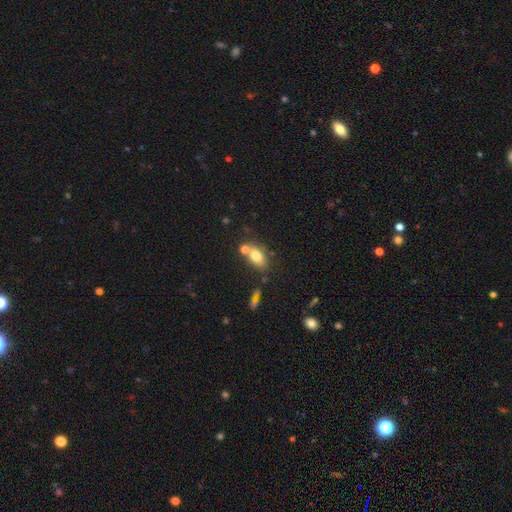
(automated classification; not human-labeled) smooth 75%, featured or disk 15%, star or artifact 10%. Down the decision tree: how rounded — in between (81%); merging — none (55%).